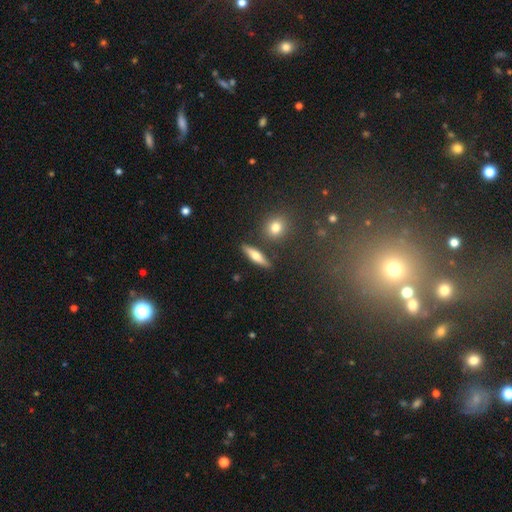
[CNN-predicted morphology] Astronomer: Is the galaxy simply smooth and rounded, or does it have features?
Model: smooth — 52% (runner-up: featured or disk, 39%).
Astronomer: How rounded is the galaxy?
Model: cigar-shaped — 67%.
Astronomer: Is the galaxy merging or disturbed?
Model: none — 85%.